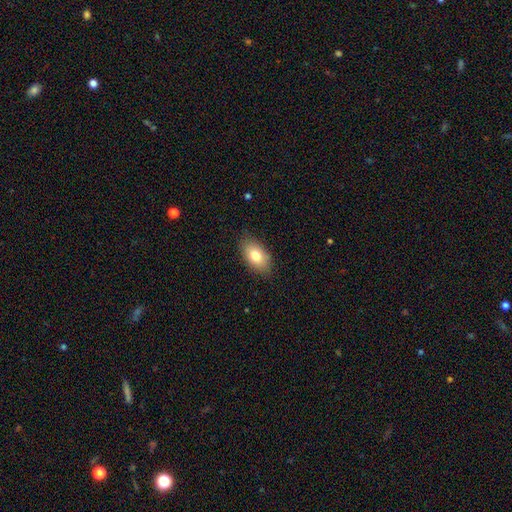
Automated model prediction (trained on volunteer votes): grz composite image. It shows a smooth galaxy with no disk features (78%) that is in between round and cigar-shaped (91%). Merging: none (84%).